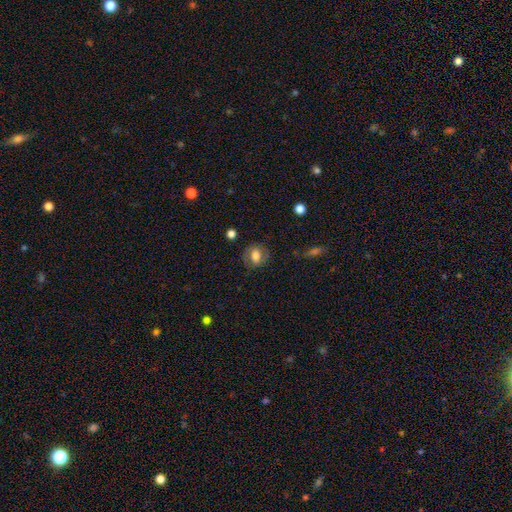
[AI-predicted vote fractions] This appears to be a smooth galaxy with no disk features (64%) that is in between round and cigar-shaped (54%). Merging: none (76%).